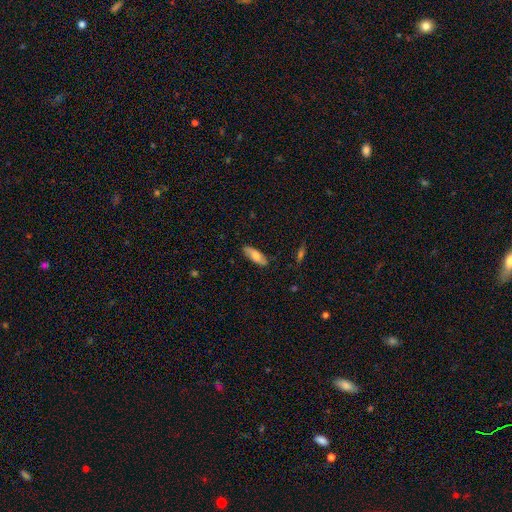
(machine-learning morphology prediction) A smooth galaxy with no disk features (66%) that is in between round and cigar-shaped (65%).

Vote fractions:
- Smooth or featured? smooth: 66% / featured or disk: 28% / star or artifact: 6%
- How rounded? in between: 65% / cigar-shaped: 33% / round: 2%
- Merging? none: 82% / minor disturbance: 14% / major disturbance: 3% / merger: 1%